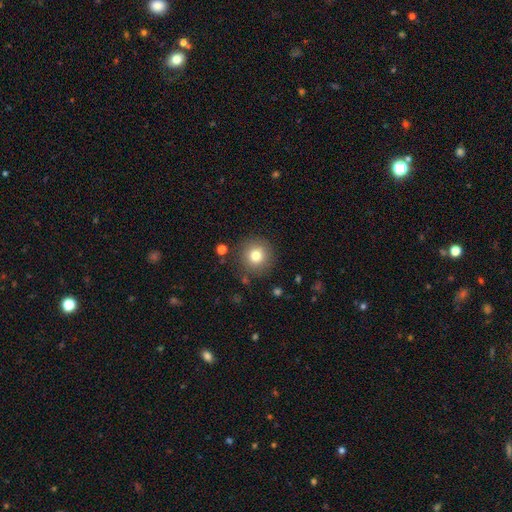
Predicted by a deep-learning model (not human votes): Overall: smooth (78%). How rounded: round (95%). Merging: none (87%).